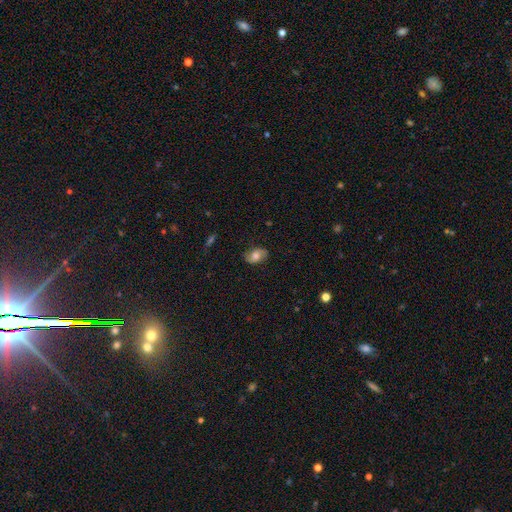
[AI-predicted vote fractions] Smooth or featured? Predicted: smooth (p=0.54). How rounded? Predicted: in between (p=0.83). Merging? Predicted: none (p=0.81).